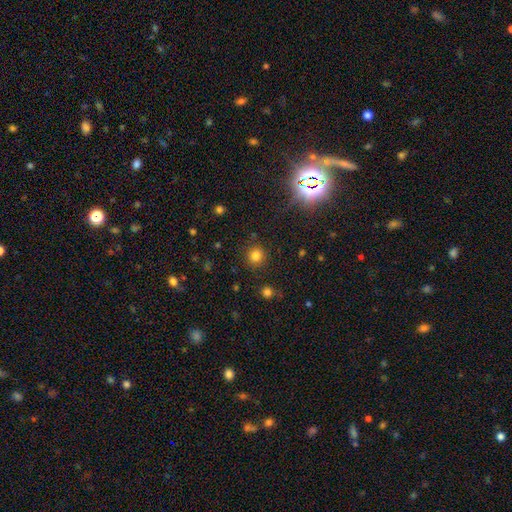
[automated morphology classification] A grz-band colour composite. It shows a smooth galaxy with no disk features (79%) that is round (94%). Merging: none (89%).